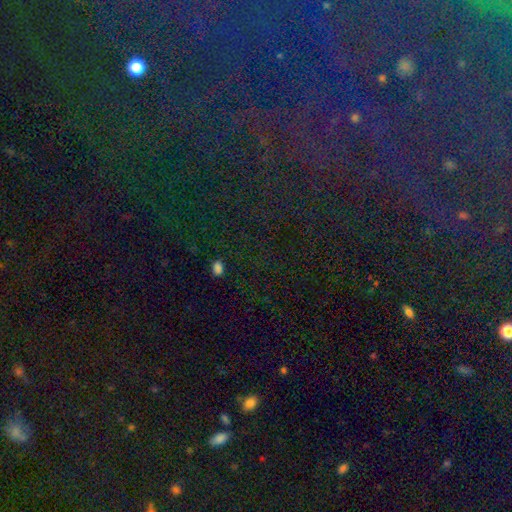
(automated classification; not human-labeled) A star or artifact, not a galaxy (77%).

Vote fractions:
- Smooth or featured? star or artifact: 77% / smooth: 13% / featured or disk: 10%